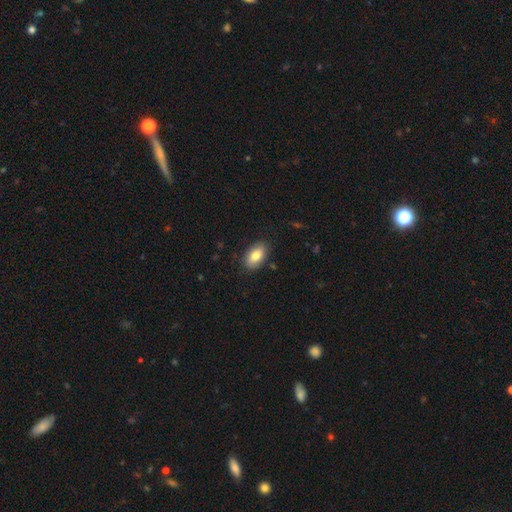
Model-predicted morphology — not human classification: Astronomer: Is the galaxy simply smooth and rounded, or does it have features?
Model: smooth — 81%.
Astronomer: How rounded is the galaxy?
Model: in between — 92%.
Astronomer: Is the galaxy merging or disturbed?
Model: none — 85%.